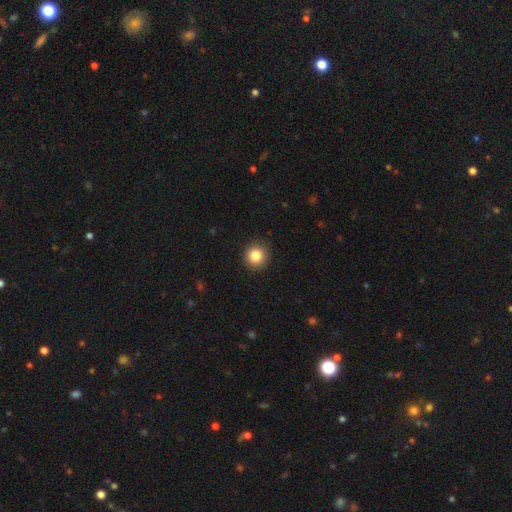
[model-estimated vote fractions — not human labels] Smooth or featured: smooth — 84% (star or artifact — 10%)
How rounded: round — 92% (in between — 7%)
Merging: none — 91% (minor disturbance — 6%)